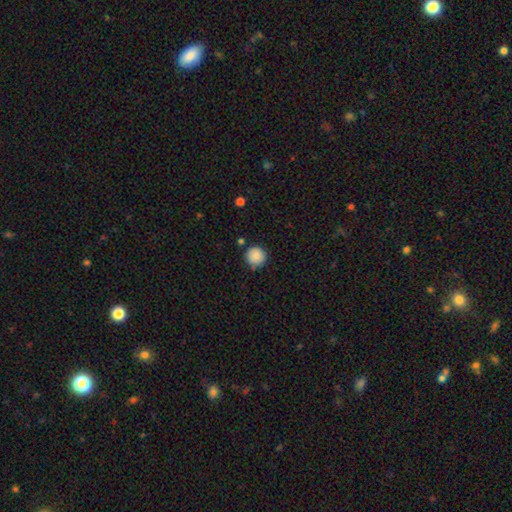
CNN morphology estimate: smooth_or_featured: smooth (p=0.87) [alt: star or artifact p=0.09]
how_rounded: round (p=0.95) [alt: in between p=0.04]
merging: none (p=0.84) [alt: minor disturbance p=0.10]